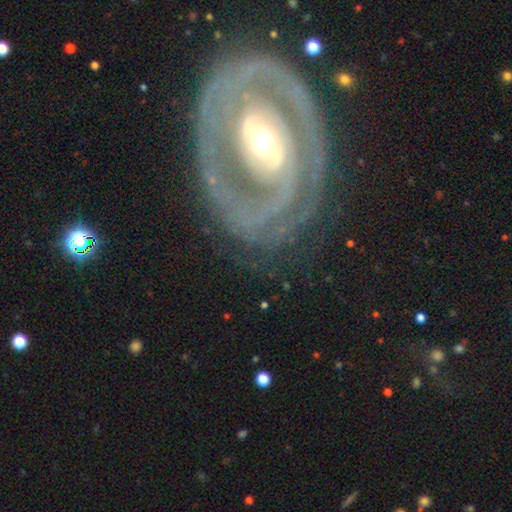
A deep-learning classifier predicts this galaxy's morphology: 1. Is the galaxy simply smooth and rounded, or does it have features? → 86% featured or disk, 9% smooth, 6% star or artifact.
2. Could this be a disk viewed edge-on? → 95% no, 5% yes.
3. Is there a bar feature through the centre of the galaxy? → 54% no, 26% weak, 20% strong.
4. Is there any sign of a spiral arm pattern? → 83% yes, 17% no.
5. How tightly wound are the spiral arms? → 67% tight, 24% medium, 8% loose.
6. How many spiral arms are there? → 44% 2, 24% can't tell, 12% 3, 9% 1, 6% 4, 5% more than 4.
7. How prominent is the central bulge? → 59% moderate, 26% small, 11% large, 2% dominant, 1% none.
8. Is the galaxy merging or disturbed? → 74% none, 15% minor disturbance, 9% major disturbance, 2% merger.